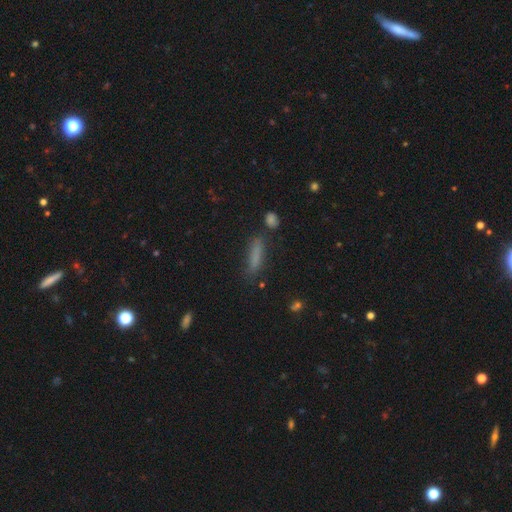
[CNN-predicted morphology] Q: Smooth or featured?
A: smooth (76%); runner-up: featured or disk (12%)
Q: How rounded?
A: cigar-shaped (77%); runner-up: in between (21%)
Q: Merging?
A: none (72%); runner-up: minor disturbance (15%)